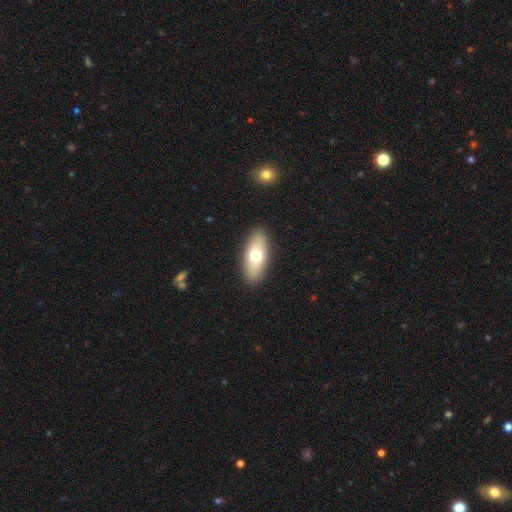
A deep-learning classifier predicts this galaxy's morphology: Smooth or featured? smooth (69%)
How rounded? in between (82%)
Merging? none (89%)